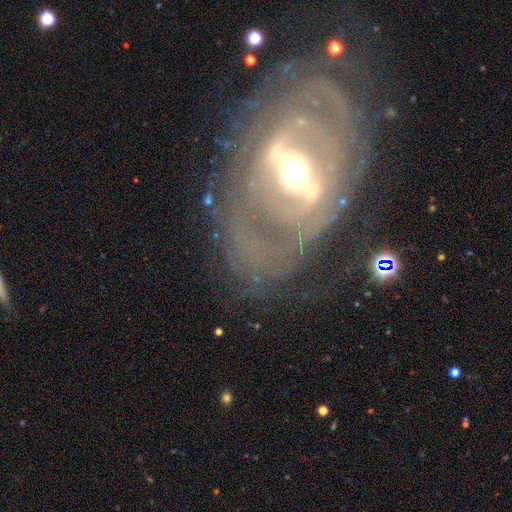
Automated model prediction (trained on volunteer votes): smooth_or_featured: featured or disk (p=0.84) [alt: smooth p=0.09]
disk_edge_on: no (p=0.91) [alt: yes p=0.09]
bar: strong (p=0.58) [alt: weak p=0.29]
has_spiral_arms: yes (p=0.69) [alt: no p=0.31]
spiral_winding: tight (p=0.60) [alt: medium p=0.28]
spiral_arm_count: can't tell (p=0.45) [alt: 2 p=0.30]
bulge_size: moderate (p=0.64) [alt: large p=0.17]
merging: none (p=0.68) [alt: minor disturbance p=0.16]